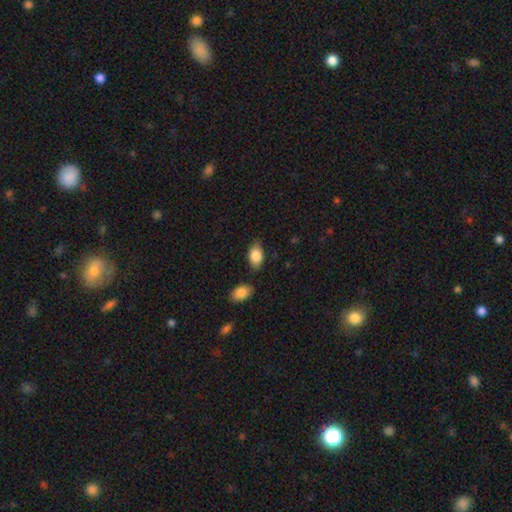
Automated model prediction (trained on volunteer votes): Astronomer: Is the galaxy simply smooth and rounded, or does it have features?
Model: smooth — 85%.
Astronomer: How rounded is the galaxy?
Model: in between — 89%.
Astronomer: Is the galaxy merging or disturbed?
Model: none — 73%.